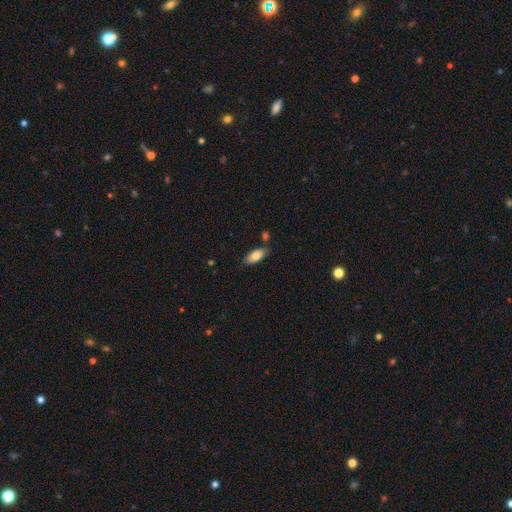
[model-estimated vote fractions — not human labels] smooth_or_featured: smooth (p=0.80) [alt: featured or disk p=0.13]
how_rounded: in between (p=0.86) [alt: cigar-shaped p=0.11]
merging: none (p=0.75) [alt: minor disturbance p=0.16]